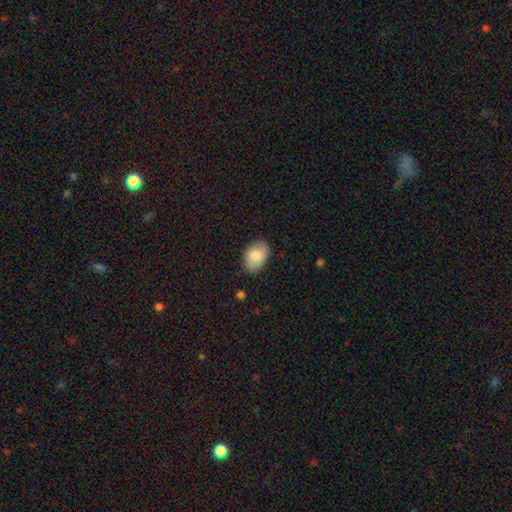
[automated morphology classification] smooth 82%, featured or disk 11%, star or artifact 7%. Down the decision tree: how rounded — in between (86%); merging — none (80%).